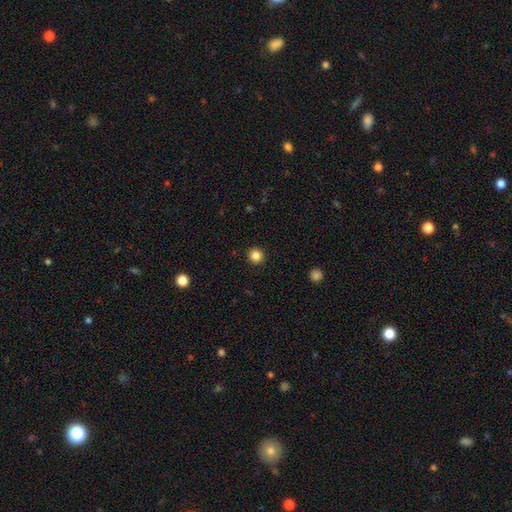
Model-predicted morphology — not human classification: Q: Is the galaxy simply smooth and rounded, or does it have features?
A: smooth — 84%.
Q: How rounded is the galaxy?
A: round — 96%.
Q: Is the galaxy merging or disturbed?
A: none — 93%.